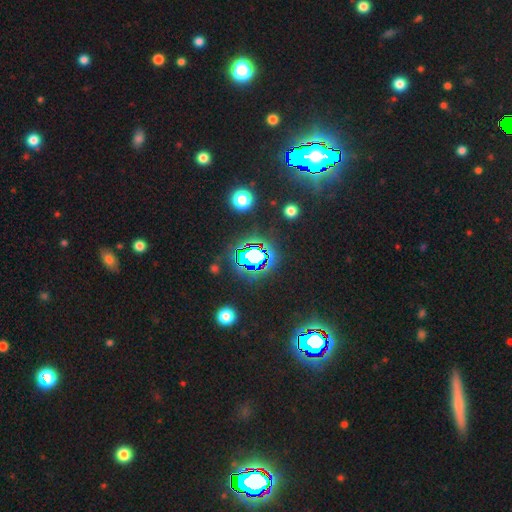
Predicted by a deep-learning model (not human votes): This appears to be a star or artifact, not a galaxy (70%).